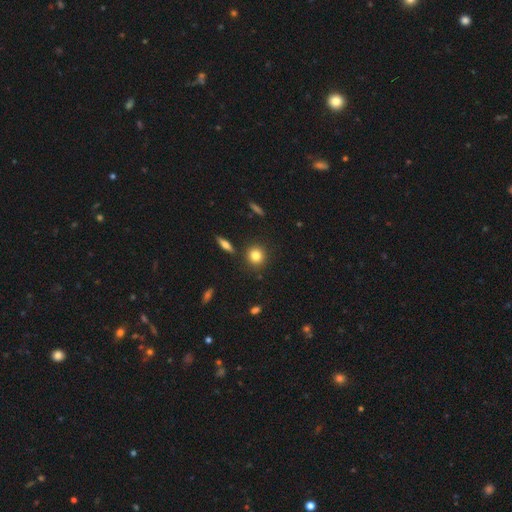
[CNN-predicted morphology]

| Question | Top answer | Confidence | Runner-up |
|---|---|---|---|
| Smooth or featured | smooth | 81% | star or artifact (11%) |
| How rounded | round | 87% | in between (11%) |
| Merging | none | 86% | minor disturbance (7%) |